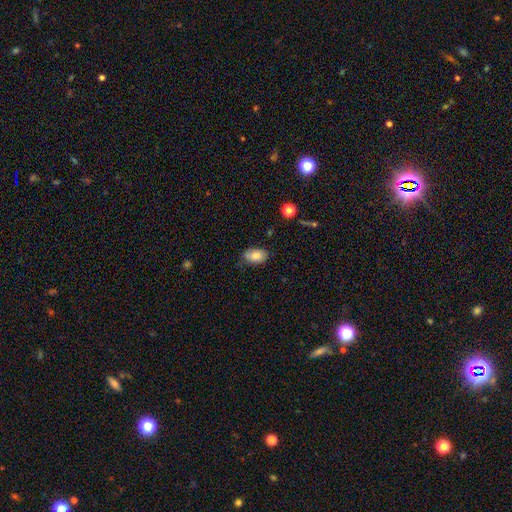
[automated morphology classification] This is likely a smooth galaxy (78%). How rounded: clearly in between (90%). Merging: likely none (71%).